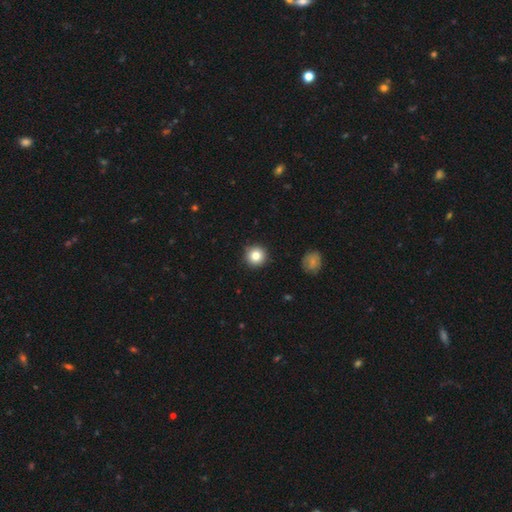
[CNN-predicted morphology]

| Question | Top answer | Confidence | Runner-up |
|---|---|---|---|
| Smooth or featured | smooth | 82% | star or artifact (11%) |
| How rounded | round | 95% | in between (4%) |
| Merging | none | 91% | minor disturbance (6%) |